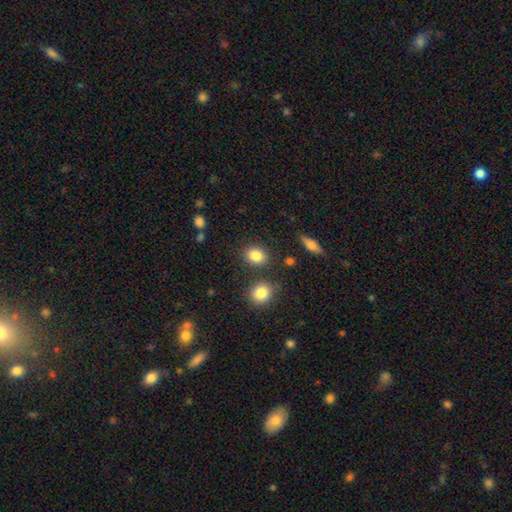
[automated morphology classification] type=smooth (84%); roundness=round (53%); merging=none (81%).